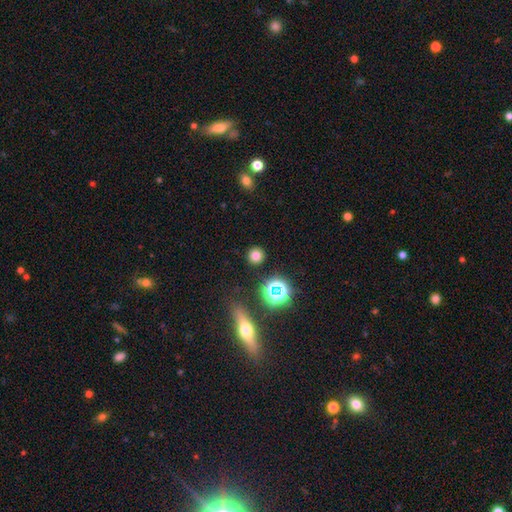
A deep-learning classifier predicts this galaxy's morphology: A smooth galaxy with no disk features (75%) that is round (93%).

Vote fractions:
- Smooth or featured? smooth: 75% / star or artifact: 19% / featured or disk: 6%
- How rounded? round: 93% / in between: 6% / cigar-shaped: 1%
- Merging? none: 90% / minor disturbance: 6% / major disturbance: 3% / merger: 2%